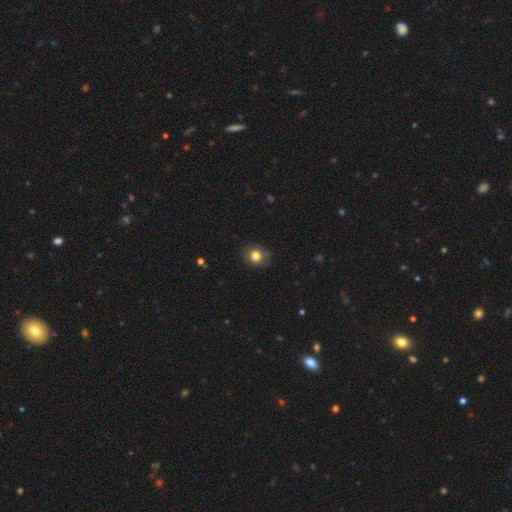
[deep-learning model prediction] A smooth galaxy with no disk features (81%) that is round (71%).

Vote fractions:
- Smooth or featured? smooth: 81% / star or artifact: 10% / featured or disk: 8%
- How rounded? round: 71% / in between: 28% / cigar-shaped: 1%
- Merging? none: 82% / minor disturbance: 13% / major disturbance: 3% / merger: 1%